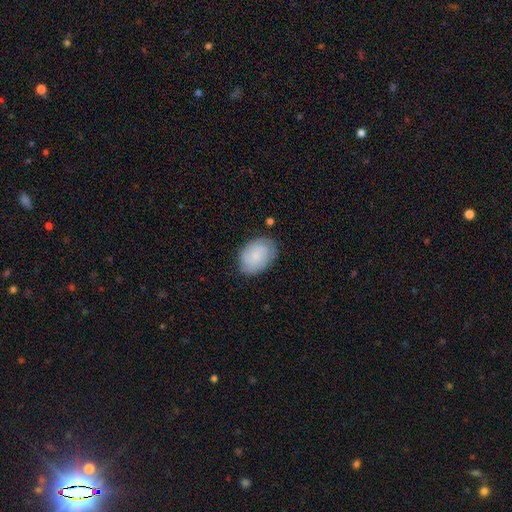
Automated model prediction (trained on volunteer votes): smooth-or-featured: smooth: 54% | featured or disk: 39% | star or artifact: 7%
  how-rounded: in between: 79% | round: 19% | cigar-shaped: 1%
  merging: none: 79% | minor disturbance: 16% | major disturbance: 4% | merger: 1%